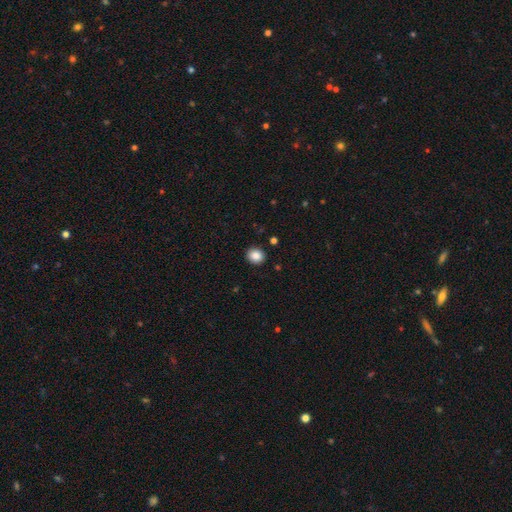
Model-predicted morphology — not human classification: smooth_or_featured: smooth (p=0.87) [alt: star or artifact p=0.09]
how_rounded: round (p=0.74) [alt: in between p=0.25]
merging: none (p=0.91) [alt: minor disturbance p=0.06]